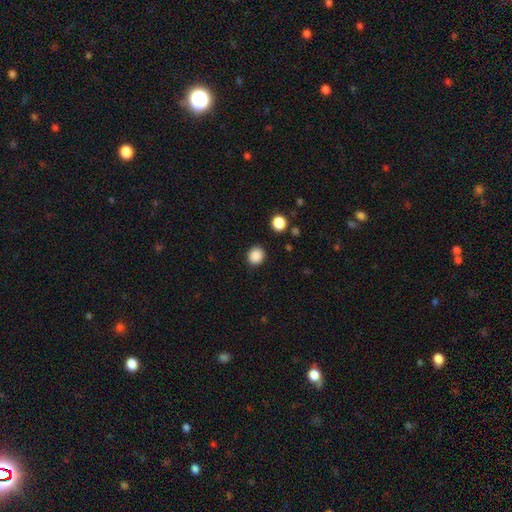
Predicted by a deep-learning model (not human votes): smooth-or-featured: smooth: 87% | star or artifact: 10% | featured or disk: 3%
  how-rounded: round: 77% | in between: 22% | cigar-shaped: 1%
  merging: none: 89% | minor disturbance: 7% | major disturbance: 2% | merger: 2%